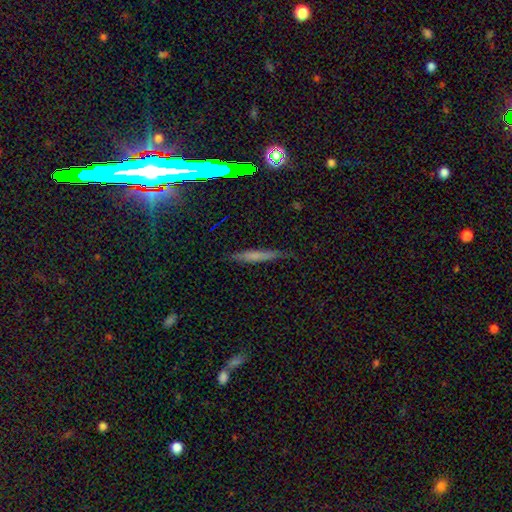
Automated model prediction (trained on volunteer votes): This is possibly a smooth galaxy (57%). How rounded: clearly cigar-shaped (91%). Merging: clearly none (80%).